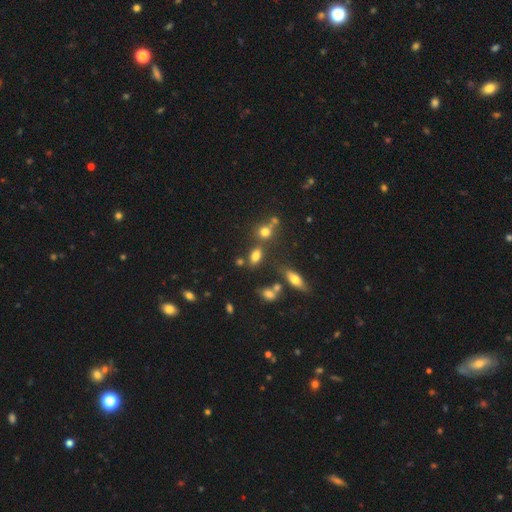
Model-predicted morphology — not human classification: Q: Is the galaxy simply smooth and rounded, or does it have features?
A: smooth — 74%.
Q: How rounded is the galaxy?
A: in between — 76%.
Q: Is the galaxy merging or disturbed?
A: none — 62%.